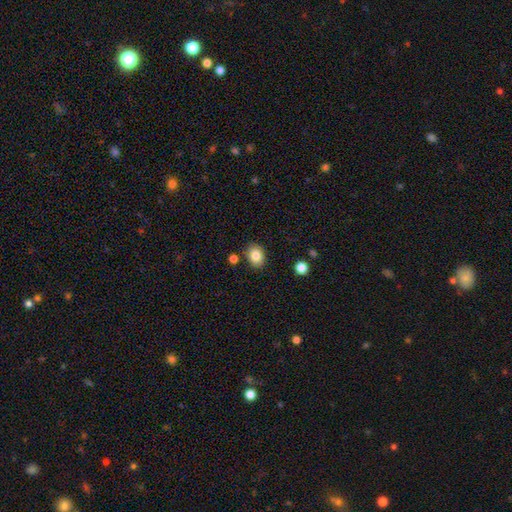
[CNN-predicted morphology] A smooth galaxy with no disk features (84%) that is in between round and cigar-shaped (57%).

Vote fractions:
- Smooth or featured? smooth: 84% / star or artifact: 9% / featured or disk: 7%
- How rounded? in between: 57% / round: 42% / cigar-shaped: 1%
- Merging? none: 85% / minor disturbance: 9% / merger: 3% / major disturbance: 2%